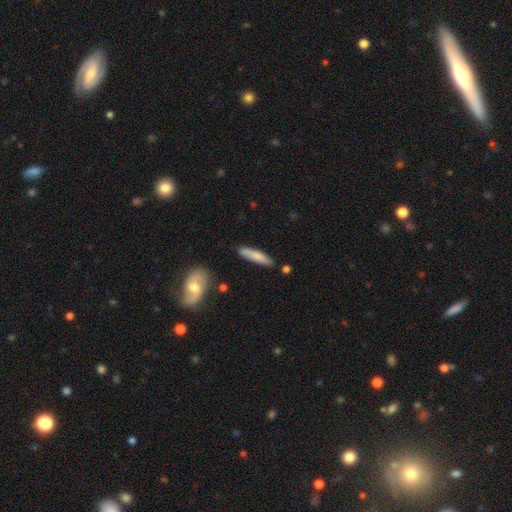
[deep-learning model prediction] Smooth or featured?
  - smooth: 76% *
  - featured or disk: 18%
  - star or artifact: 6%
How rounded?
  - cigar-shaped: 83% *
  - in between: 15%
  - round: 2%
Merging?
  - none: 82% *
  - minor disturbance: 12%
  - merger: 3%
  - major disturbance: 2%